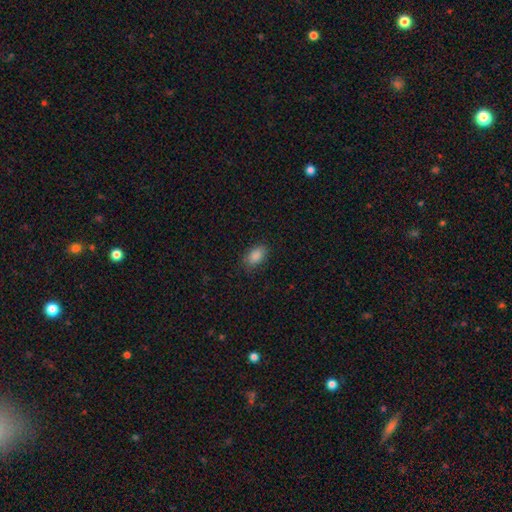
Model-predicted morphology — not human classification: A smooth galaxy with no disk features (88%) that is in between round and cigar-shaped (89%).

Vote fractions:
- Smooth or featured? smooth: 88% / star or artifact: 8% / featured or disk: 4%
- How rounded? in between: 89% / round: 9% / cigar-shaped: 2%
- Merging? none: 84% / minor disturbance: 12% / major disturbance: 3% / merger: 1%